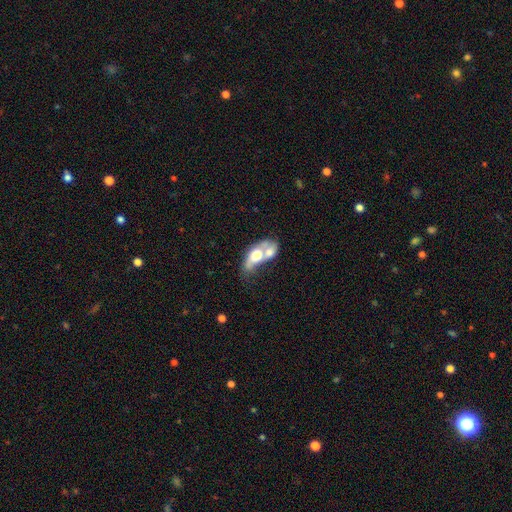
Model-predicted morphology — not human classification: This is possibly a featured or disk galaxy (46%). Merging: likely merger (72%).